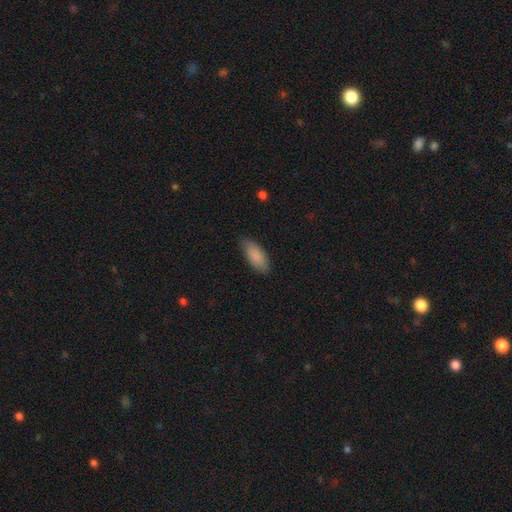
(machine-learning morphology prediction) Q: Smooth or featured?
A: smooth (88%); runner-up: featured or disk (7%)
Q: How rounded?
A: in between (86%); runner-up: cigar-shaped (12%)
Q: Merging?
A: none (78%); runner-up: minor disturbance (18%)